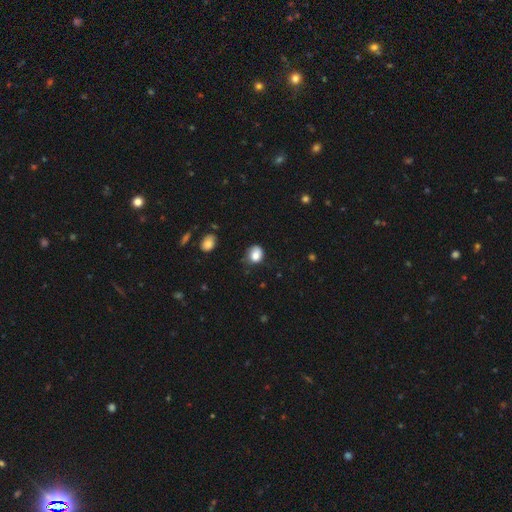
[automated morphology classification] smooth 81%, star or artifact 10%, featured or disk 9%. Down the decision tree: how rounded — round (61%); merging — none (58%).